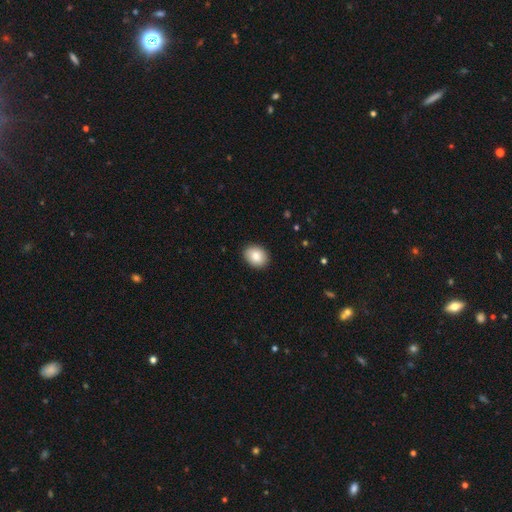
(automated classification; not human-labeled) Smooth or featured?
  - smooth: 83% *
  - featured or disk: 9%
  - star or artifact: 8%
How rounded?
  - in between: 58% *
  - round: 41%
  - cigar-shaped: 1%
Merging?
  - none: 90% *
  - minor disturbance: 8%
  - major disturbance: 2%
  - merger: 1%